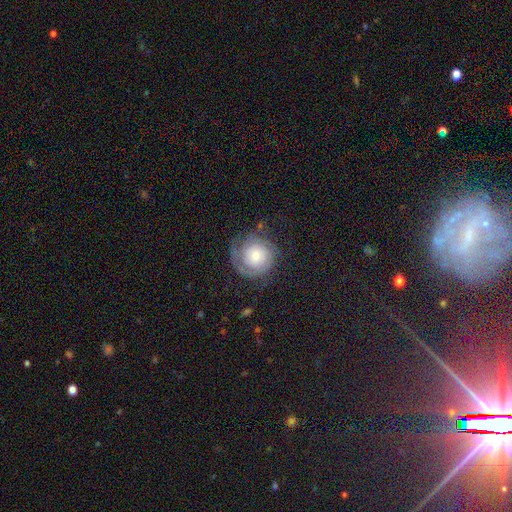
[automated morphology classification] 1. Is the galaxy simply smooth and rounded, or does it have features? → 68% featured or disk, 25% smooth, 7% star or artifact.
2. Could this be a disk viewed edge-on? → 98% no, 2% yes.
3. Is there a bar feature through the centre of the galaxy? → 77% no, 20% weak, 4% strong.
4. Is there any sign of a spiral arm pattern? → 88% yes, 12% no.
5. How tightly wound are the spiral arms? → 69% tight, 22% medium, 9% loose.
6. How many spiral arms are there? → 35% 2, 29% can't tell, 20% 1, 9% 3, 4% 4, 4% more than 4.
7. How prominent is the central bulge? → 44% small, 43% moderate, 9% large, 2% none, 2% dominant.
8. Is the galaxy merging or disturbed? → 68% none, 17% minor disturbance, 14% major disturbance, 2% merger.